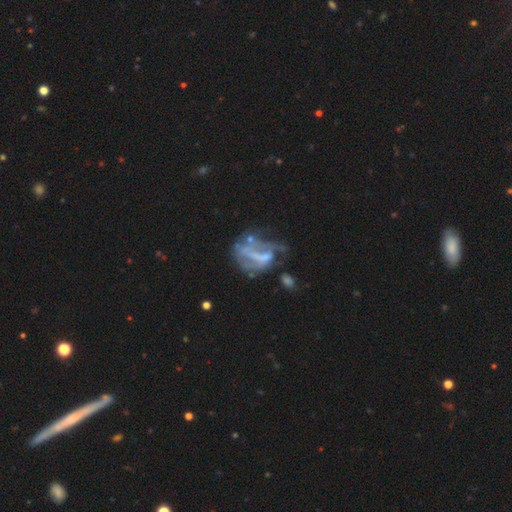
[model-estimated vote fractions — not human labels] featured or disk 66%, smooth 20%, star or artifact 14%. Down the decision tree: edge-on disk — no (95%); bar — no (44%); spiral arms — no (68%); bulge size — none (63%); merging — major disturbance (40%).